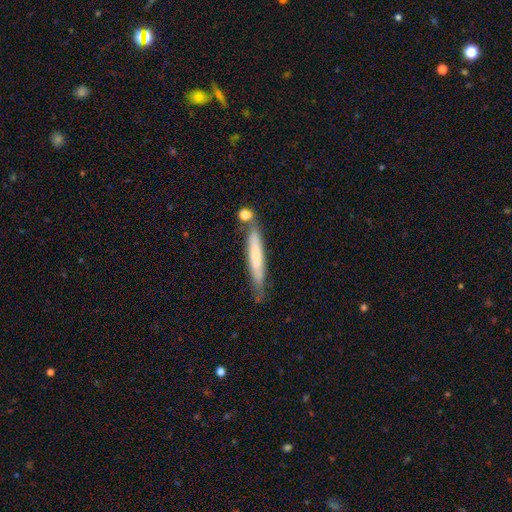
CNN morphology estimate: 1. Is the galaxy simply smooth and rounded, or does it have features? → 58% smooth, 35% featured or disk, 6% star or artifact.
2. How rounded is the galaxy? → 94% cigar-shaped, 5% in between, 1% round.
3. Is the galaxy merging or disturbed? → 64% none, 19% minor disturbance, 12% merger, 4% major disturbance.